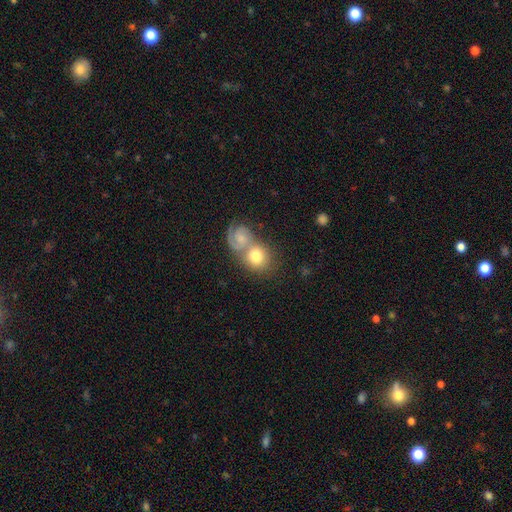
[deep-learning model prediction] Smooth or featured? Predicted: smooth (p=0.60). How rounded? Predicted: round (p=0.65). Merging? Predicted: merger (p=0.58).